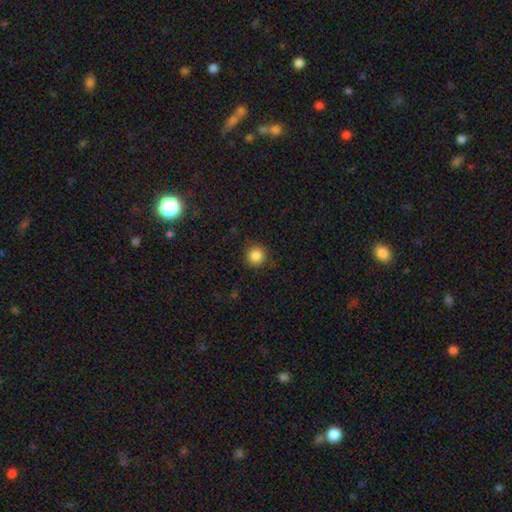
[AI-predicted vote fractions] smooth-or-featured: smooth: 86% | star or artifact: 10% | featured or disk: 3%
  how-rounded: round: 94% | in between: 5% | cigar-shaped: 1%
  merging: none: 90% | minor disturbance: 6% | major disturbance: 2% | merger: 1%